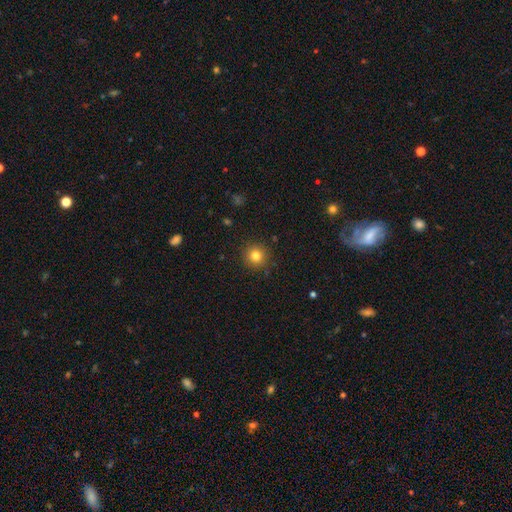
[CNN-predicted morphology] A smooth galaxy with no disk features (81%) that is round (94%).

Vote fractions:
- Smooth or featured? smooth: 81% / star or artifact: 12% / featured or disk: 7%
- How rounded? round: 94% / in between: 5% / cigar-shaped: 1%
- Merging? none: 90% / minor disturbance: 7% / major disturbance: 2% / merger: 1%